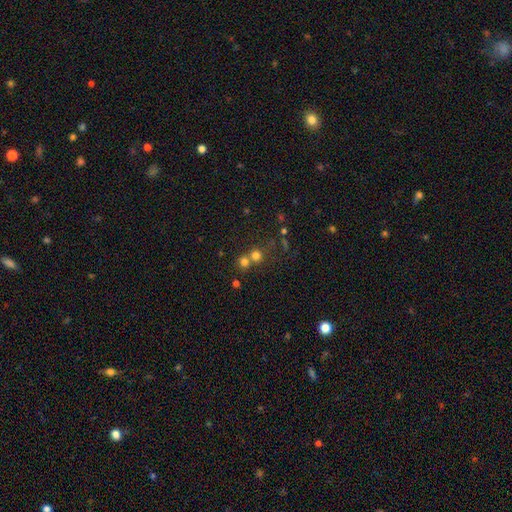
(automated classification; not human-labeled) Q: Smooth or featured?
A: smooth (71%); runner-up: star or artifact (19%)
Q: How rounded?
A: round (89%); runner-up: in between (10%)
Q: Merging?
A: none (50%); runner-up: merger (42%)